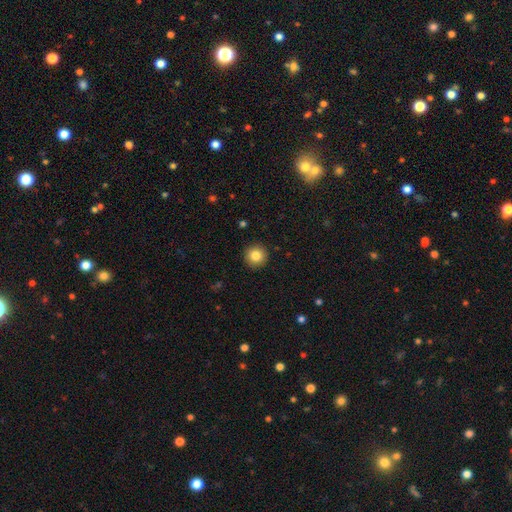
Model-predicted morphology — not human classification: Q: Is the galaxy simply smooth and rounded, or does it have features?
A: smooth — 84%.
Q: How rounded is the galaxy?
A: round — 95%.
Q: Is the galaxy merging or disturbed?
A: none — 92%.